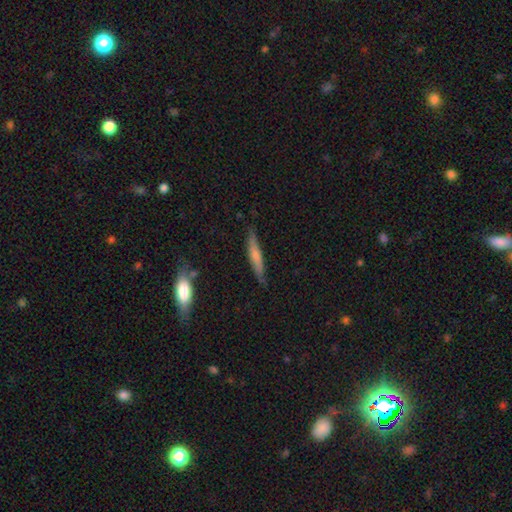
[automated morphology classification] This is possibly a smooth galaxy (58%). How rounded: clearly cigar-shaped (90%). Merging: clearly none (81%).